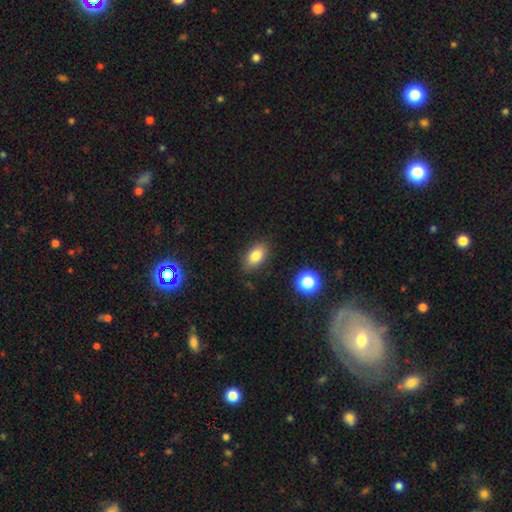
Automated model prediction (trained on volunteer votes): Smooth or featured? Predicted: smooth (p=0.81). How rounded? Predicted: in between (p=0.88). Merging? Predicted: none (p=0.84).